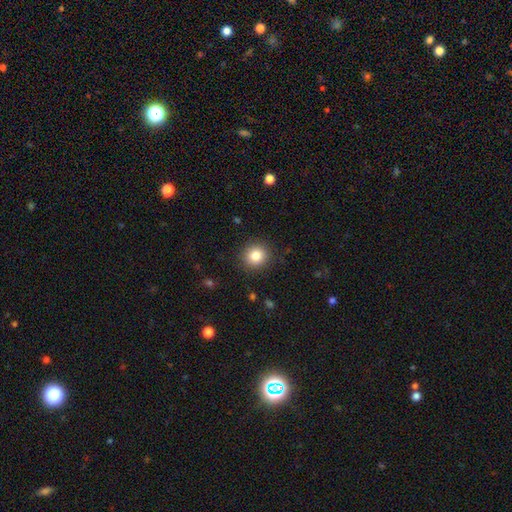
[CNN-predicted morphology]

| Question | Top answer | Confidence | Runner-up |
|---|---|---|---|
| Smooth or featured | smooth | 84% | star or artifact (10%) |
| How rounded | round | 91% | in between (8%) |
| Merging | none | 89% | minor disturbance (7%) |